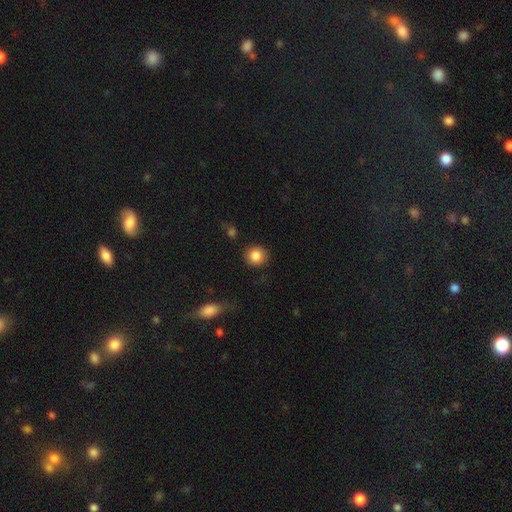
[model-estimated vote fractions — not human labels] A smooth galaxy with no disk features (86%) that is round (90%).

Vote fractions:
- Smooth or featured? smooth: 86% / star or artifact: 9% / featured or disk: 5%
- How rounded? round: 90% / in between: 9% / cigar-shaped: 1%
- Merging? none: 87% / minor disturbance: 8% / major disturbance: 3% / merger: 2%